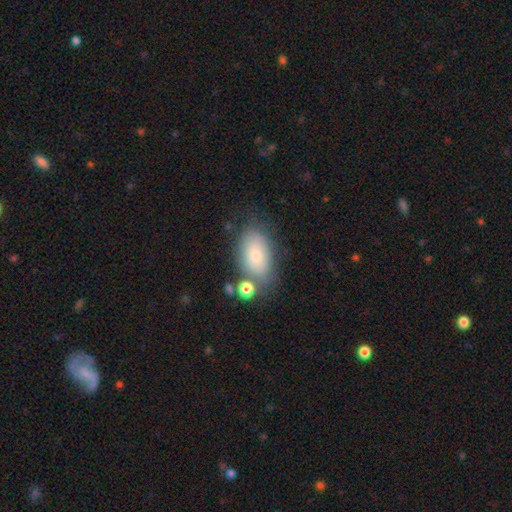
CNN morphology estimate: Overall: smooth (73%). How rounded: in between (90%). Merging: none (61%).